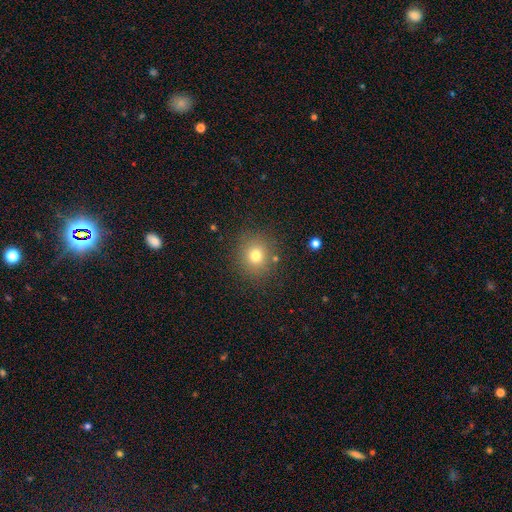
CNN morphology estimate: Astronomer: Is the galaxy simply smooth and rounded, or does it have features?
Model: smooth — 74%.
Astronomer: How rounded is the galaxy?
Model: round — 85%.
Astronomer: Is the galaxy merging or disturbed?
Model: none — 86%.